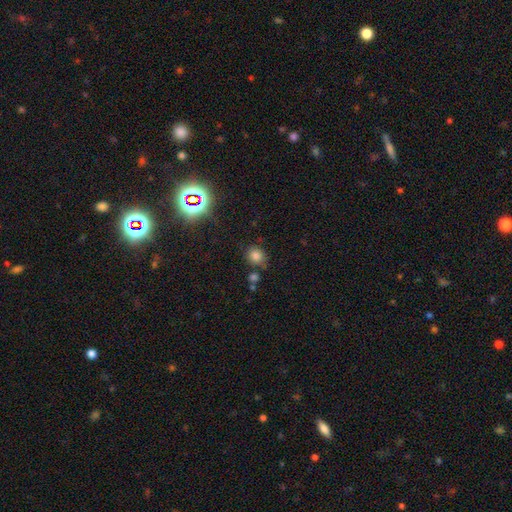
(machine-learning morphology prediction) type=smooth (79%); roundness=round (81%); merging=none (75%).